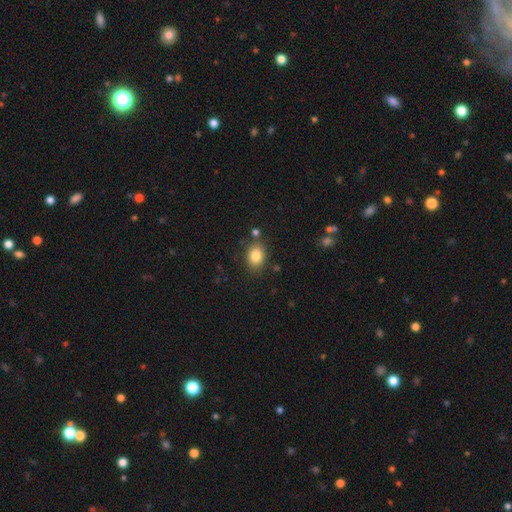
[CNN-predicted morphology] Q: Smooth or featured?
A: smooth (83%); runner-up: star or artifact (9%)
Q: How rounded?
A: in between (67%); runner-up: round (31%)
Q: Merging?
A: none (80%); runner-up: minor disturbance (12%)